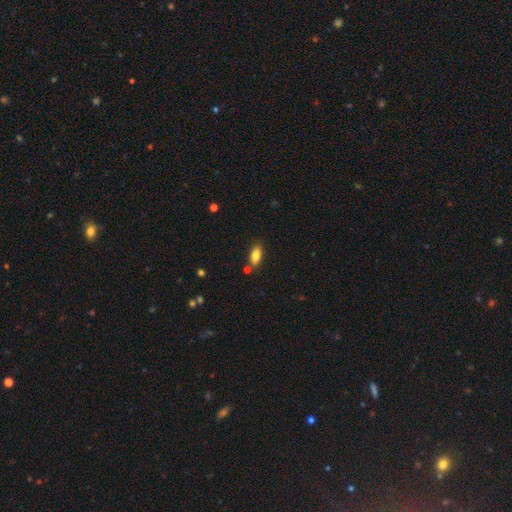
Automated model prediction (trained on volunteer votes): smooth_or_featured: smooth (p=0.82) [alt: featured or disk p=0.11]
how_rounded: in between (p=0.87) [alt: cigar-shaped p=0.11]
merging: none (p=0.78) [alt: minor disturbance p=0.12]